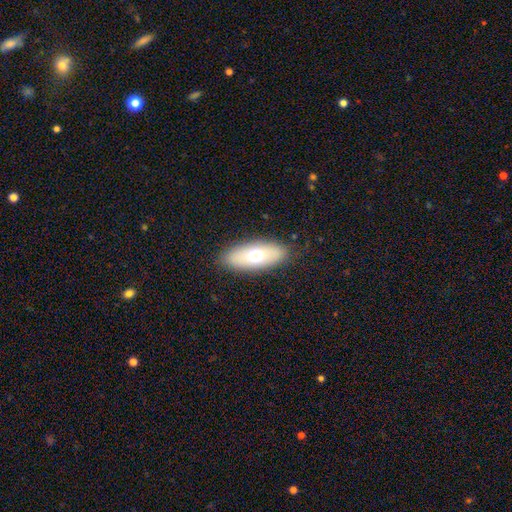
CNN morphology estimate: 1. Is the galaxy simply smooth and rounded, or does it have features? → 67% smooth, 26% featured or disk, 7% star or artifact.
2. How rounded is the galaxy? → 78% in between, 18% cigar-shaped, 3% round.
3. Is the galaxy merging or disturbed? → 86% none, 10% minor disturbance, 3% major disturbance, 1% merger.